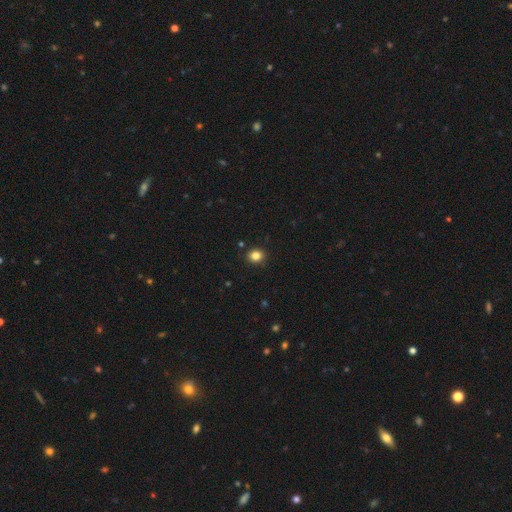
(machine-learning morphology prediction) Overall: smooth (83%). How rounded: round (76%). Merging: none (90%).